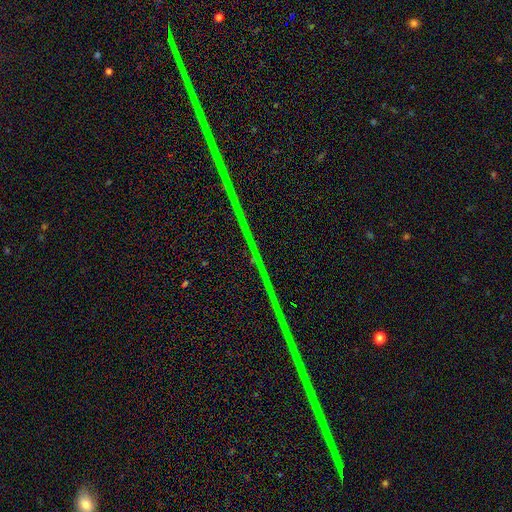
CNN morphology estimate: Q: Smooth or featured?
A: star or artifact (85%); runner-up: featured or disk (10%)